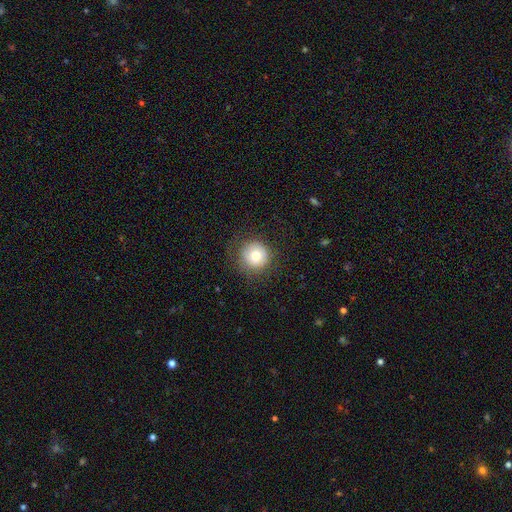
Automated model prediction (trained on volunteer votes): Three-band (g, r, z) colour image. It shows a smooth galaxy with no disk features (75%) that is round (95%). Merging: none (81%).